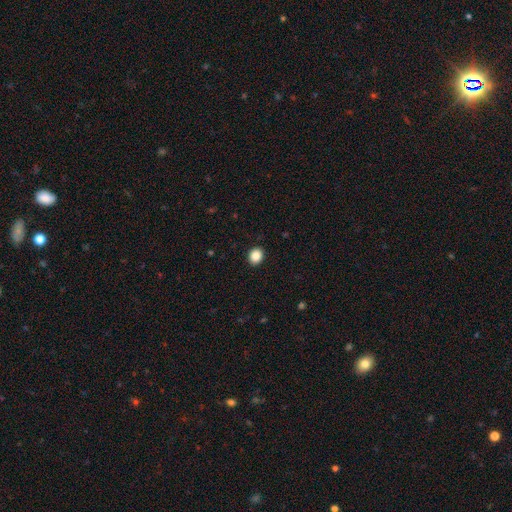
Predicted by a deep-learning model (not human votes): smooth_or_featured: smooth (p=0.87) [alt: star or artifact p=0.09]
how_rounded: round (p=0.65) [alt: in between p=0.34]
merging: none (p=0.92) [alt: minor disturbance p=0.05]